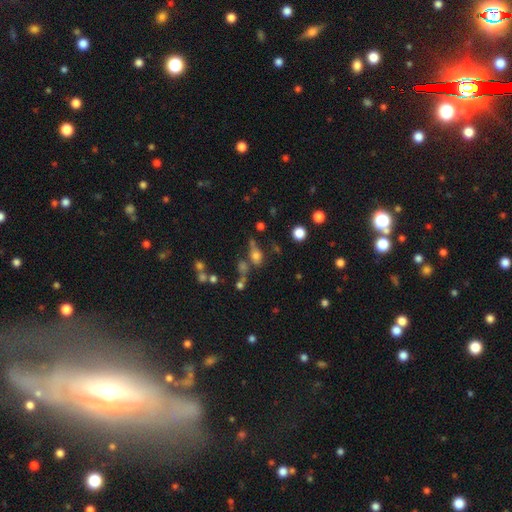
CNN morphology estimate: Overall: smooth (66%). How rounded: in between (65%; round 28%). Merging: none (45%; merger 21%).